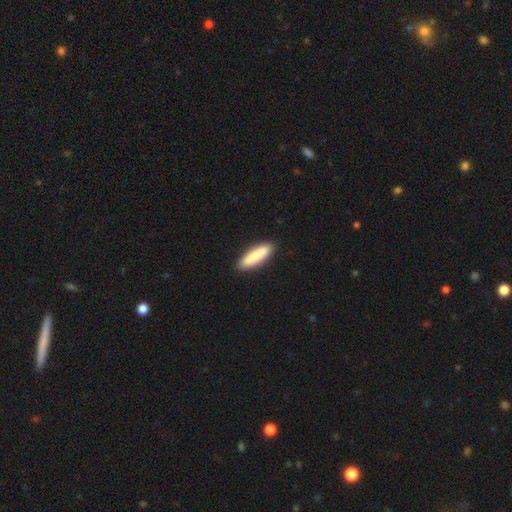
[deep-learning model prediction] A smooth galaxy with no disk features (84%) that is cigar-shaped (79%).

Vote fractions:
- Smooth or featured? smooth: 84% / featured or disk: 11% / star or artifact: 5%
- How rounded? cigar-shaped: 79% / in between: 19% / round: 1%
- Merging? none: 91% / minor disturbance: 7% / major disturbance: 2% / merger: 1%